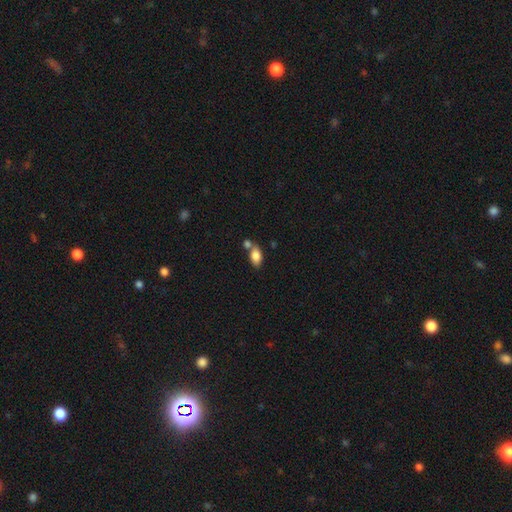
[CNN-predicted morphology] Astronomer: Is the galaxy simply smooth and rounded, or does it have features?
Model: smooth — 84%.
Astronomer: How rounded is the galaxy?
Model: in between — 91%.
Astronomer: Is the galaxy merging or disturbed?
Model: none — 48% (runner-up: merger, 36%).